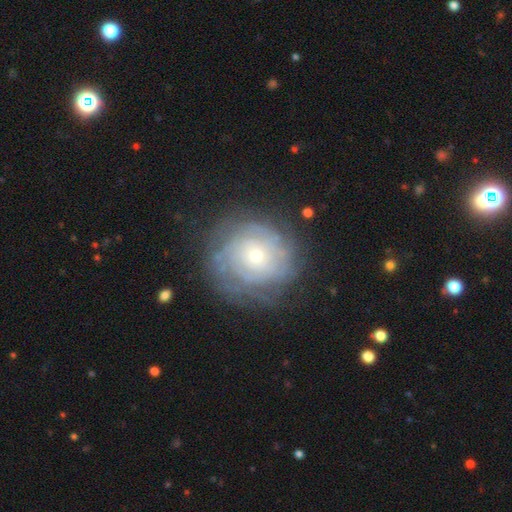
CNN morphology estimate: A featured or disk galaxy (69%) with no bar (83%), tight (76%) spiral arms (83%) and a small central bulge (56%).

Vote fractions:
- Smooth or featured? featured or disk: 69% / smooth: 23% / star or artifact: 8%
- Edge-on disk? no: 97% / yes: 3%
- Bar? no: 83% / weak: 14% / strong: 3%
- Spiral arms? yes: 83% / no: 17%
- Spiral winding? tight: 76% / medium: 18% / loose: 6%
- Spiral arm count? can't tell: 58% / 2: 11% / 3: 10% / 4: 9% / more than 4: 7% / 1: 5%
- Bulge size? small: 56% / moderate: 38% / large: 4% / none: 1% / dominant: 1%
- Merging? none: 73% / minor disturbance: 17% / major disturbance: 9% / merger: 1%